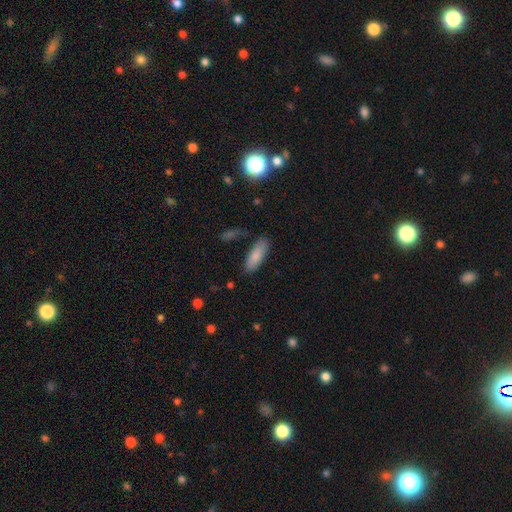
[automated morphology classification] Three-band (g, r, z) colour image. It shows a smooth galaxy with no disk features (85%) that is in between round and cigar-shaped (69%). Merging: none (78%).